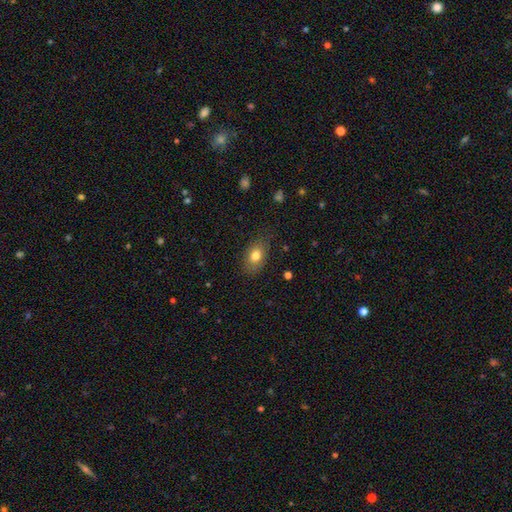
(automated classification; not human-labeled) Morphology: type=smooth (78%); roundness=in between (82%); merging=none (77%).